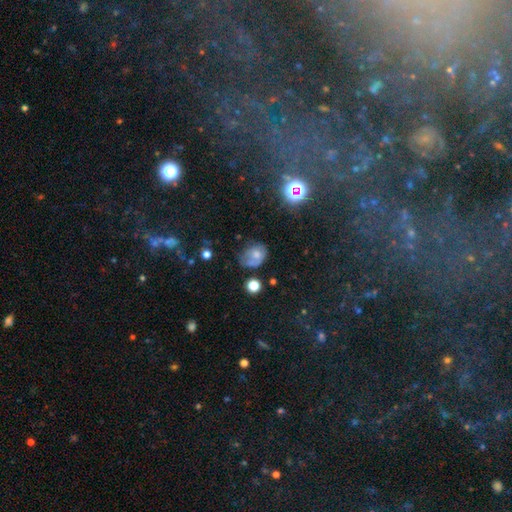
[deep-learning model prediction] Smooth or featured?
  - smooth: 58% *
  - featured or disk: 26%
  - star or artifact: 16%
How rounded?
  - in between: 58% *
  - round: 41%
  - cigar-shaped: 1%
Merging?
  - none: 35% *
  - minor disturbance: 33%
  - major disturbance: 25%
  - merger: 7%